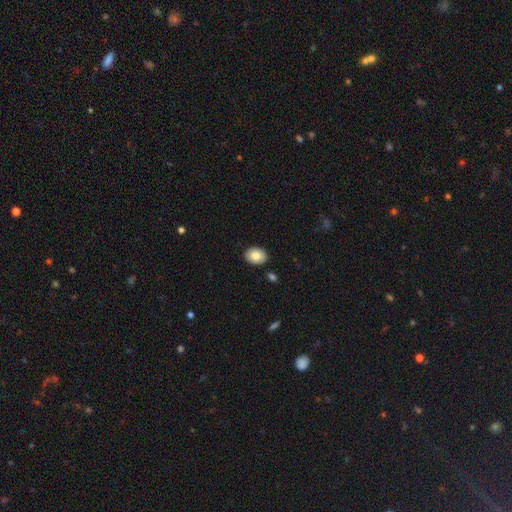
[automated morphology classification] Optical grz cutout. It shows a smooth galaxy with no disk features (81%) that is in between round and cigar-shaped (73%). Merging: none (89%).